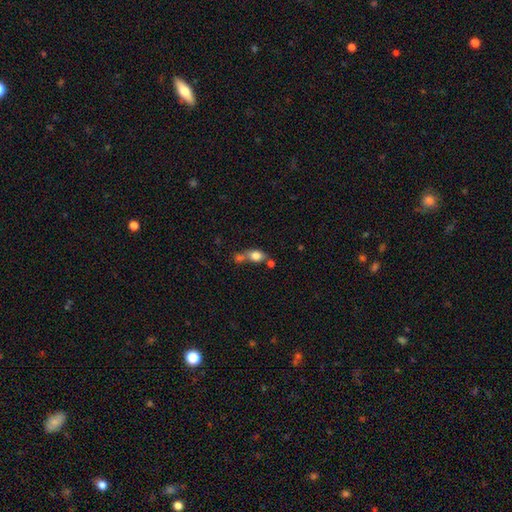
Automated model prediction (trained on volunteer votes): Smooth or featured: smooth — 77% (featured or disk — 13%)
How rounded: in between — 57% (round — 39%)
Merging: merger — 51% (none — 31%)